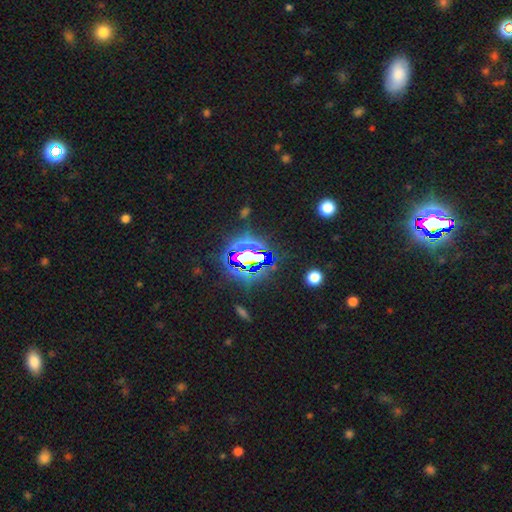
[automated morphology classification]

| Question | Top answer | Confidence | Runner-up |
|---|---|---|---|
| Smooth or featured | star or artifact | 75% | smooth (15%) |